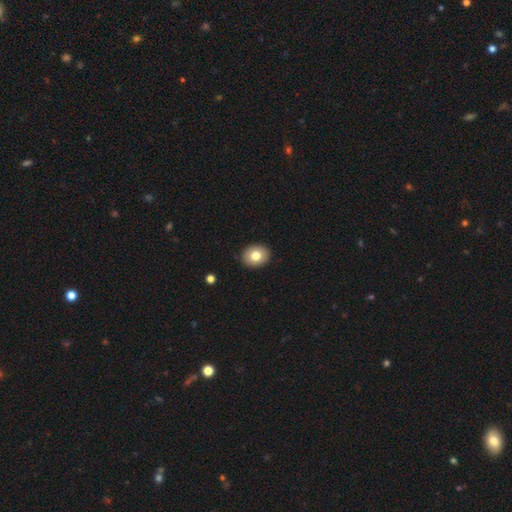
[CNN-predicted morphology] Overall: smooth (79%). How rounded: round (56%; in between 43%). Merging: none (91%).